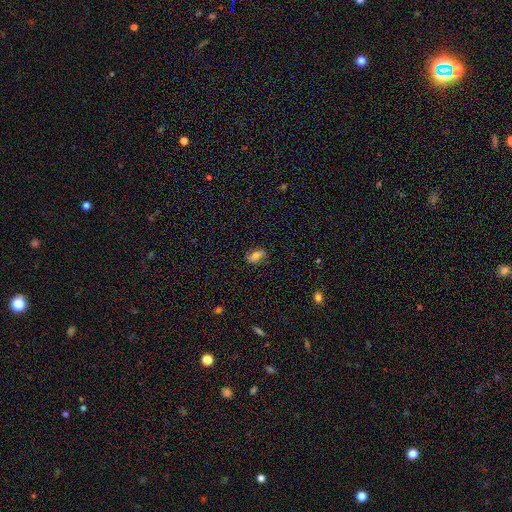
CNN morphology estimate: The model was most divided on "smooth or featured": smooth: 60%, featured or disk: 30%, star or artifact: 10%. More confident: how rounded — in between (81%); merging — none (79%).